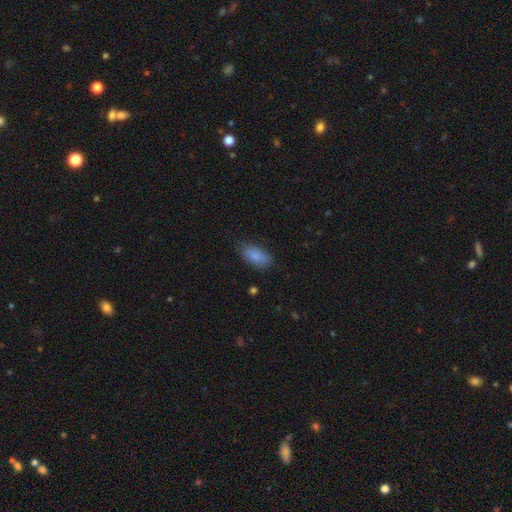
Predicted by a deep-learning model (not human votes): This is clearly a smooth galaxy (84%). How rounded: clearly in between (91%). Merging: clearly none (81%).